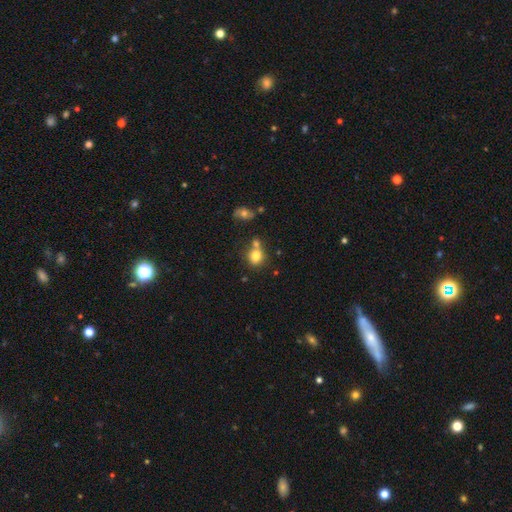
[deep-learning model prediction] Smooth or featured? smooth (79%)
How rounded? round (74%)
Merging? none (57%)